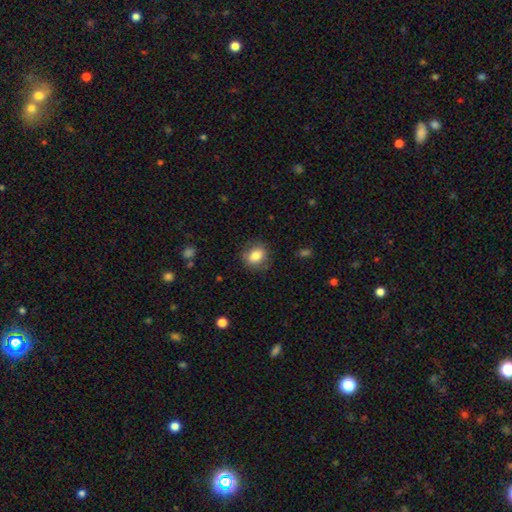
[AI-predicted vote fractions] This is clearly a smooth galaxy (82%). How rounded: possibly round (50%). Merging: clearly none (82%).